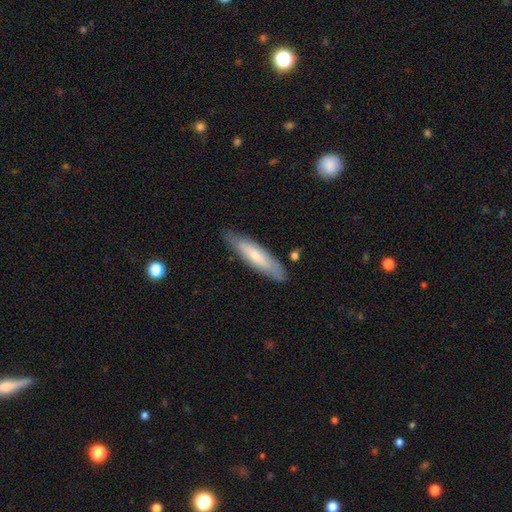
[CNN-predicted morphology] type=smooth (63%); roundness=cigar-shaped (73%); merging=none (83%).